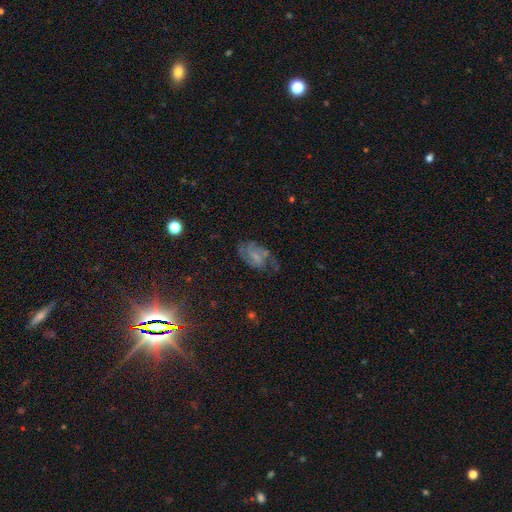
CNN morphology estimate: A featured or disk galaxy (67%) with a weak bar (48%), 2 (64%) medium (48%) spiral arms (88%) and a small central bulge (47%). Merging: none (54%).